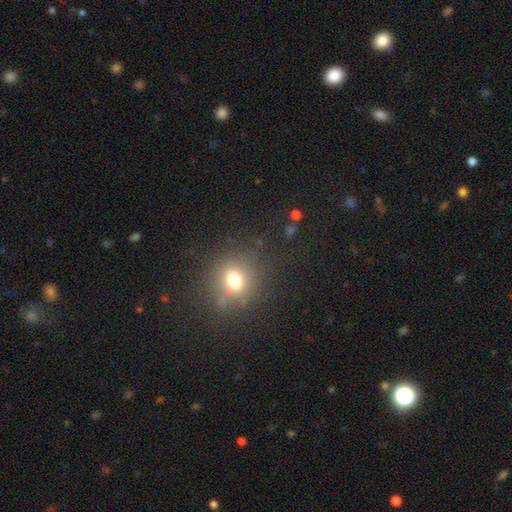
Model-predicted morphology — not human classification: Smooth or featured: smooth — 59% (star or artifact — 31%)
How rounded: round — 84% (in between — 15%)
Merging: none — 88% (minor disturbance — 7%)